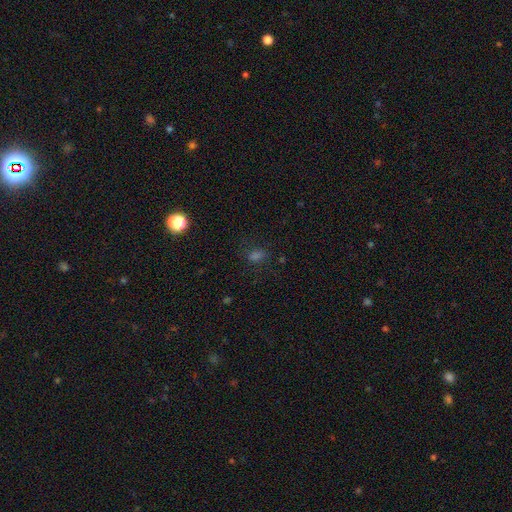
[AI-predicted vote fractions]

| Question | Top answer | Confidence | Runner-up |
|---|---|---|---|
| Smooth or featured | smooth | 61% | star or artifact (31%) |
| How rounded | in between | 66% | round (31%) |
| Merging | none | 75% | minor disturbance (15%) |